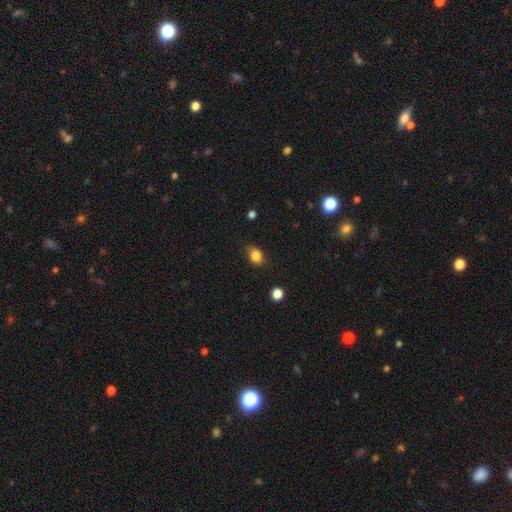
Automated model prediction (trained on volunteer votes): Smooth or featured? Predicted: smooth (p=0.82). How rounded? Predicted: in between (p=0.64). Merging? Predicted: none (p=0.77).